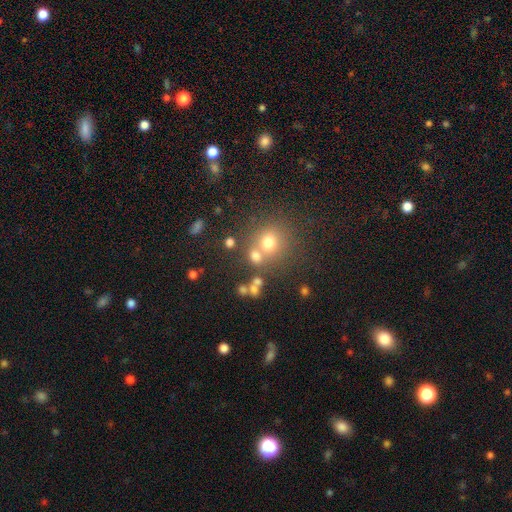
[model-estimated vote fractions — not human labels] The model was most divided on "merging": none: 56%, merger: 30%, minor disturbance: 9%, major disturbance: 5%. More confident: how rounded — round (81%); smooth or featured — smooth (67%).